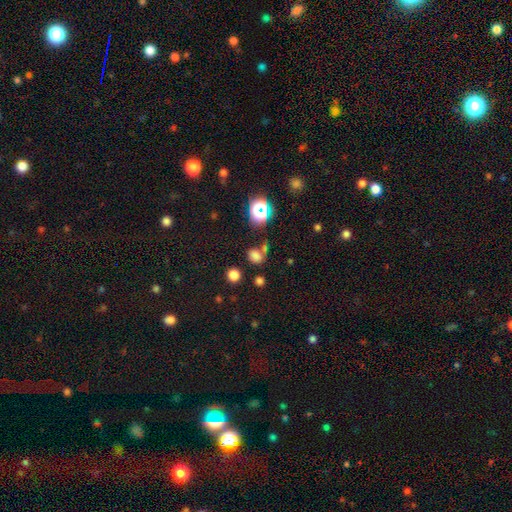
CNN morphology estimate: Overall: smooth (68%). How rounded: in between (52%; round 47%). Merging: none (63%).